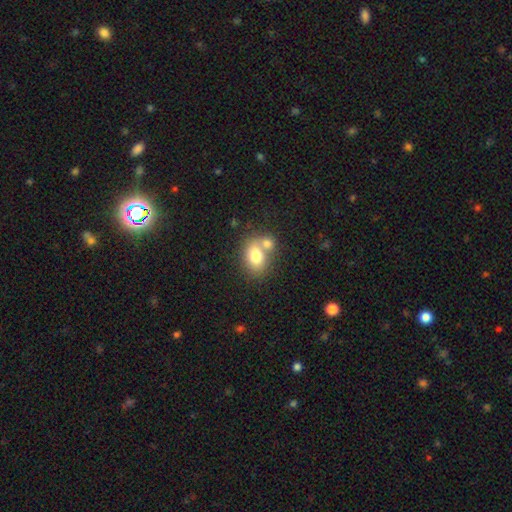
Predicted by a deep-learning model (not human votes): smooth_or_featured: smooth (p=0.75) [alt: featured or disk p=0.16]
how_rounded: in between (p=0.65) [alt: round p=0.34]
merging: merger (p=0.48) [alt: none p=0.37]